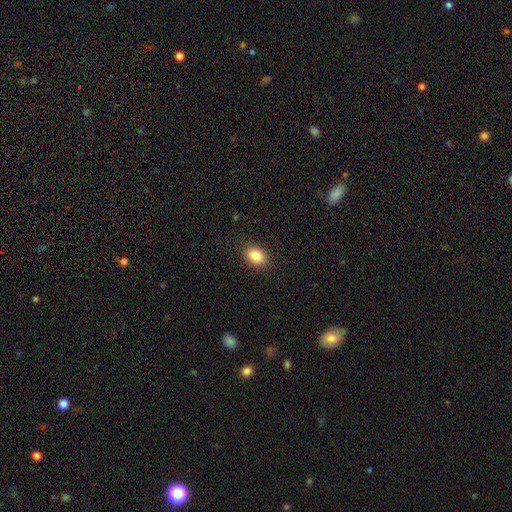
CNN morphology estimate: smooth-or-featured: smooth: 85% | star or artifact: 9% | featured or disk: 6%
  how-rounded: in between: 72% | round: 27% | cigar-shaped: 1%
  merging: none: 88% | minor disturbance: 8% | major disturbance: 2% | merger: 1%